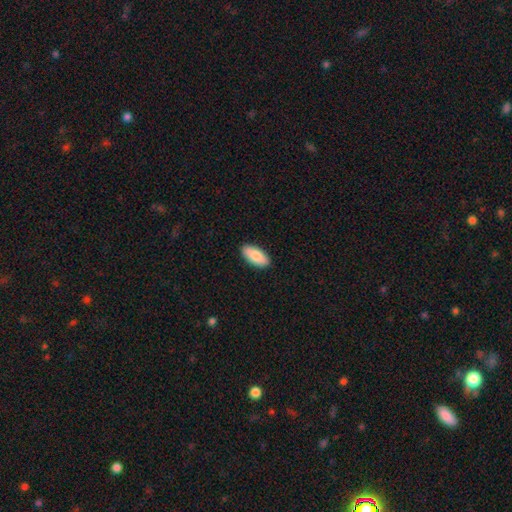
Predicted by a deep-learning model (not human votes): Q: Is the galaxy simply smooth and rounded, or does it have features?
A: smooth — 84%.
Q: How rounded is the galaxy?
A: in between — 90%.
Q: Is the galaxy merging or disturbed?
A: none — 90%.